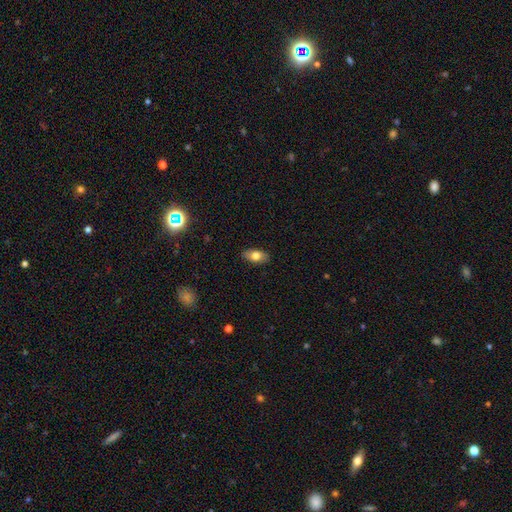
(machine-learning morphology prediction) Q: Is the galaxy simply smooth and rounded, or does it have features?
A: smooth — 73%.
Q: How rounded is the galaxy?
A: in between — 90%.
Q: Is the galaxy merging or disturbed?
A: none — 87%.